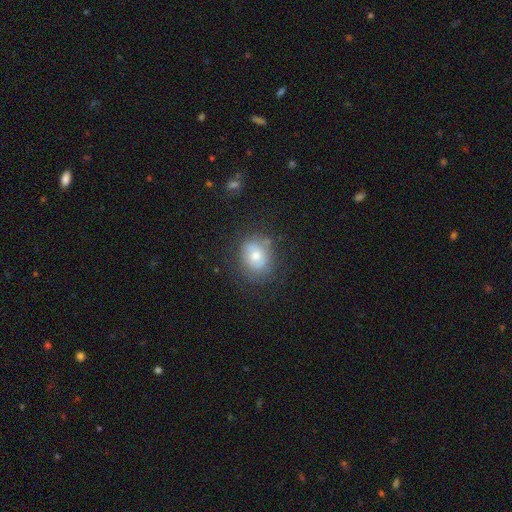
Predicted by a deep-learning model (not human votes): A smooth galaxy with no disk features (64%) that is round (56%). Merging: none (72%).